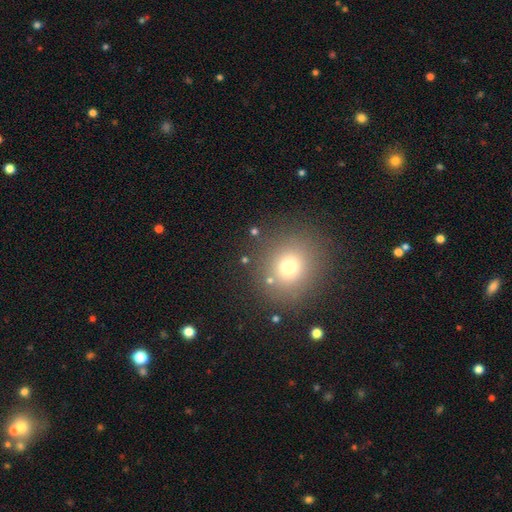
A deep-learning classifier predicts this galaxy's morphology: Overall: smooth (64%; star or artifact 27%). How rounded: round (89%). Merging: none (89%).